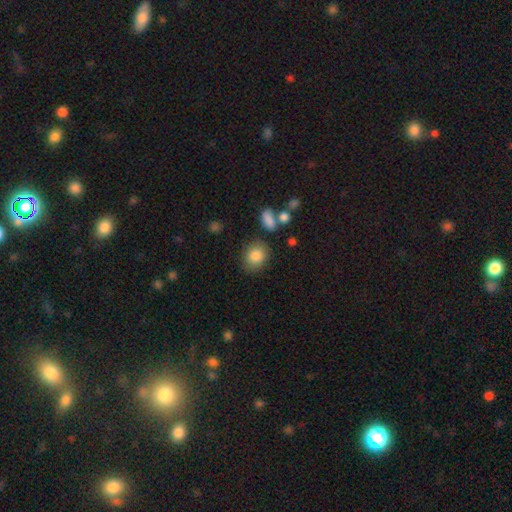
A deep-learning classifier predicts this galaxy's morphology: Smooth or featured?
  - smooth: 85% *
  - star or artifact: 8%
  - featured or disk: 7%
How rounded?
  - round: 59% *
  - in between: 40%
  - cigar-shaped: 1%
Merging?
  - none: 77% *
  - minor disturbance: 14%
  - merger: 5%
  - major disturbance: 5%